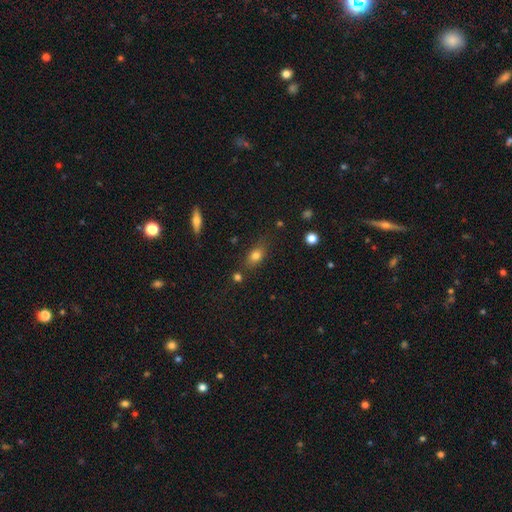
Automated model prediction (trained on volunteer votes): Smooth or featured?
  - smooth: 78% *
  - star or artifact: 11%
  - featured or disk: 11%
How rounded?
  - in between: 73% *
  - round: 21%
  - cigar-shaped: 7%
Merging?
  - none: 73% *
  - minor disturbance: 17%
  - merger: 6%
  - major disturbance: 5%